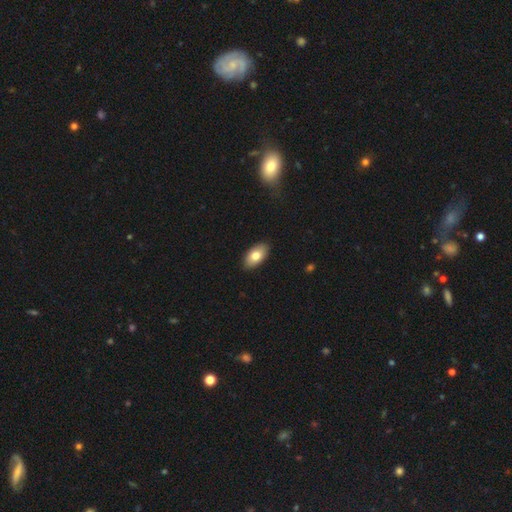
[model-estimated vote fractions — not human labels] Smooth or featured? Predicted: smooth (p=0.78). How rounded? Predicted: in between (p=0.94). Merging? Predicted: none (p=0.89).